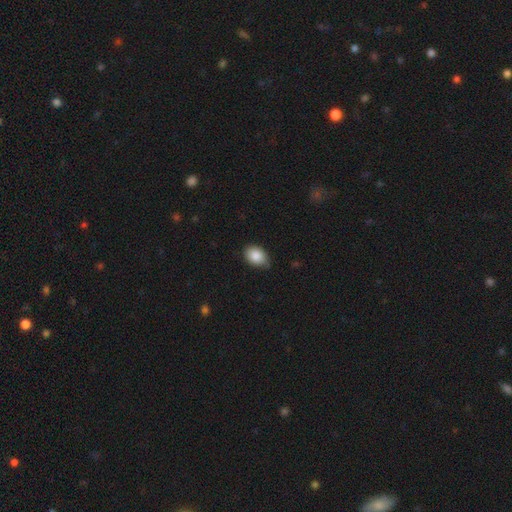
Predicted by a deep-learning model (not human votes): The model was most divided on "how rounded": in between: 73%, round: 26%, cigar-shaped: 1%. More confident: smooth or featured — smooth (86%); merging — none (71%).